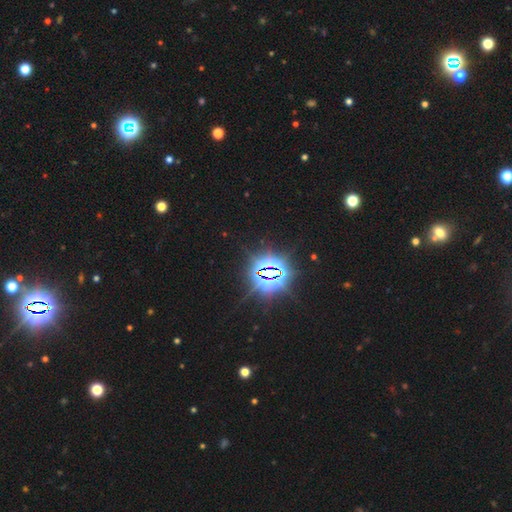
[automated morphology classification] Smooth or featured? Predicted: star or artifact (p=0.83).